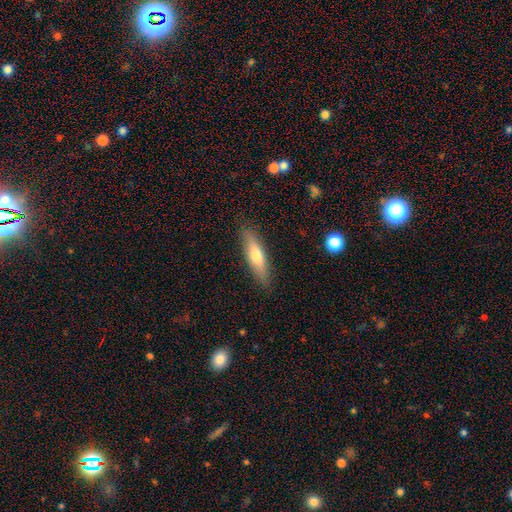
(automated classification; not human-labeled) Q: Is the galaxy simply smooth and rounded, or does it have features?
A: smooth — 63%.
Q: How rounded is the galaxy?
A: cigar-shaped — 69%.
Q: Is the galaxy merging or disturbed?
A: none — 87%.